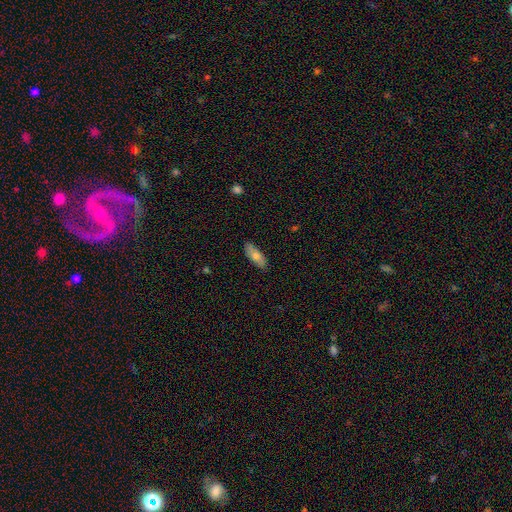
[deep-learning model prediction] Q: Smooth or featured?
A: smooth (66%); runner-up: featured or disk (28%)
Q: How rounded?
A: in between (70%); runner-up: cigar-shaped (27%)
Q: Merging?
A: none (87%); runner-up: minor disturbance (10%)